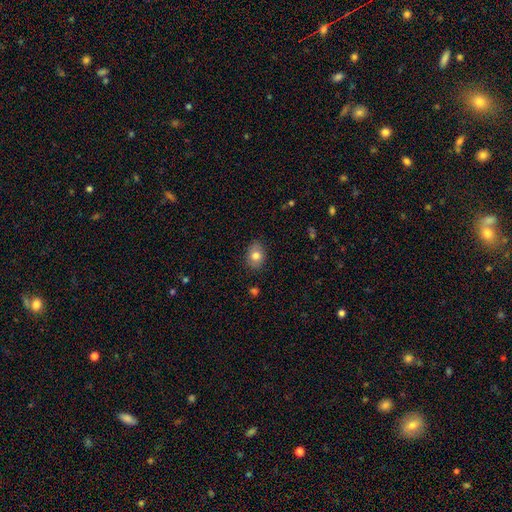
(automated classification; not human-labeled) smooth 79%, featured or disk 12%, star or artifact 8%. Down the decision tree: how rounded — in between (65%); merging — none (85%).